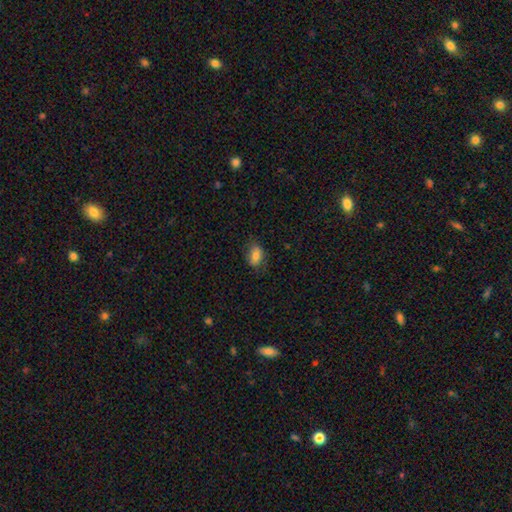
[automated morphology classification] A smooth galaxy with no disk features (77%) that is in between round and cigar-shaped (81%). Merging: none (73%).